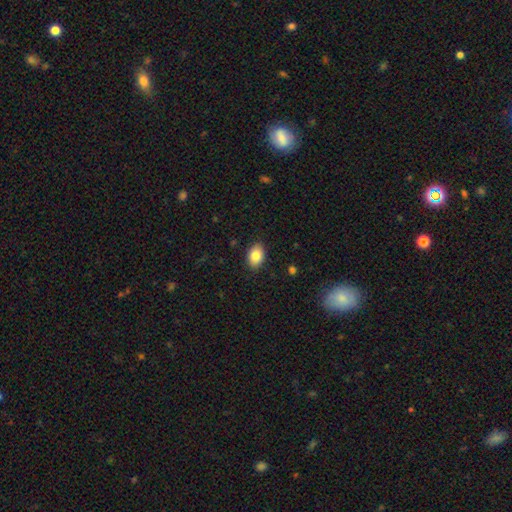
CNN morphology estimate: Q: Smooth or featured?
A: smooth (85%); runner-up: featured or disk (8%)
Q: How rounded?
A: in between (84%); runner-up: round (15%)
Q: Merging?
A: none (89%); runner-up: minor disturbance (8%)